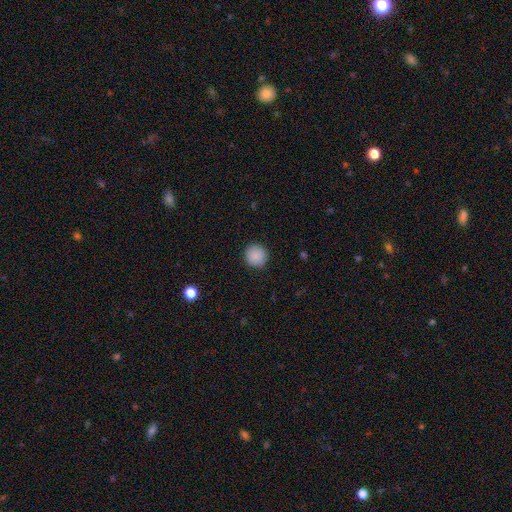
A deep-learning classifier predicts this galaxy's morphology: type=smooth (89%); roundness=round (94%); merging=none (90%).